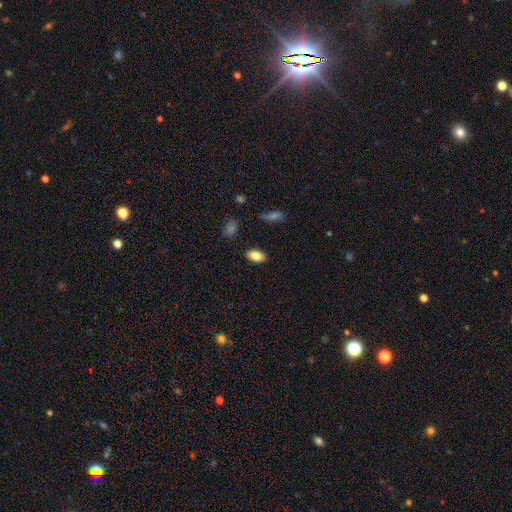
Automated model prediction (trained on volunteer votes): smooth_or_featured: smooth (p=0.83) [alt: featured or disk p=0.09]
how_rounded: in between (p=0.91) [alt: round p=0.06]
merging: none (p=0.88) [alt: minor disturbance p=0.09]